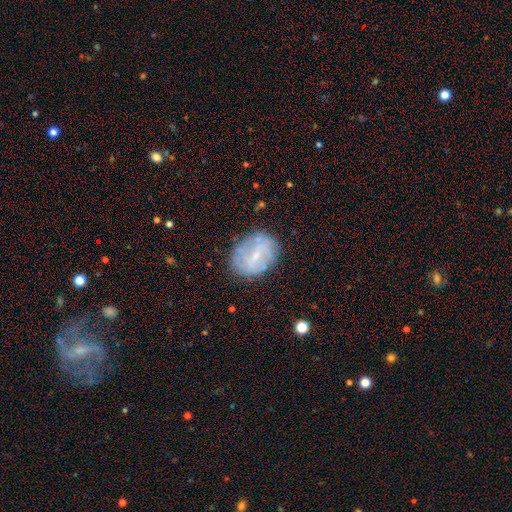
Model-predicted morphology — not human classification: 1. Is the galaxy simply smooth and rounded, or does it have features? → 59% featured or disk, 32% smooth, 9% star or artifact.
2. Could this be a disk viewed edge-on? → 96% no, 4% yes.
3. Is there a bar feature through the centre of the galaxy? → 52% weak, 30% no, 18% strong.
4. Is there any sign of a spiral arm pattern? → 53% yes, 47% no.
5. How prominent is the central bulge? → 69% small, 18% moderate, 11% none, 1% large, 1% dominant.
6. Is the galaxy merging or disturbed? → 73% none, 18% minor disturbance, 7% major disturbance, 2% merger.